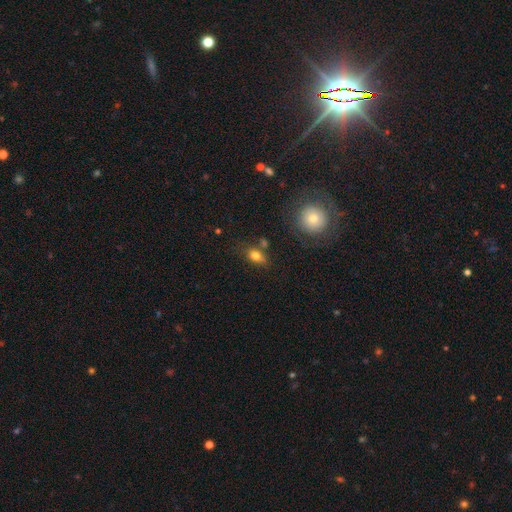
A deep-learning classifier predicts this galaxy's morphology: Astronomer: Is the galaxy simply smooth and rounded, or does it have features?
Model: smooth — 78%.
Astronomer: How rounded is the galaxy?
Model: in between — 76%.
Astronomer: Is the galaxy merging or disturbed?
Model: none — 64%.